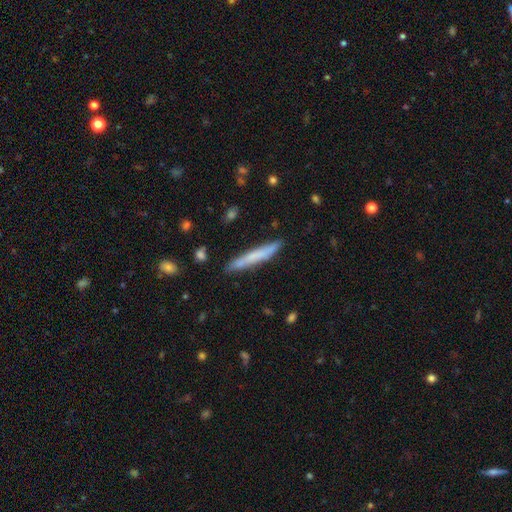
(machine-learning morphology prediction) A smooth galaxy with no disk features (66%) that is cigar-shaped (96%).

Vote fractions:
- Smooth or featured? smooth: 66% / featured or disk: 28% / star or artifact: 6%
- How rounded? cigar-shaped: 96% / in between: 3% / round: 1%
- Merging? none: 84% / minor disturbance: 12% / merger: 2% / major disturbance: 2%